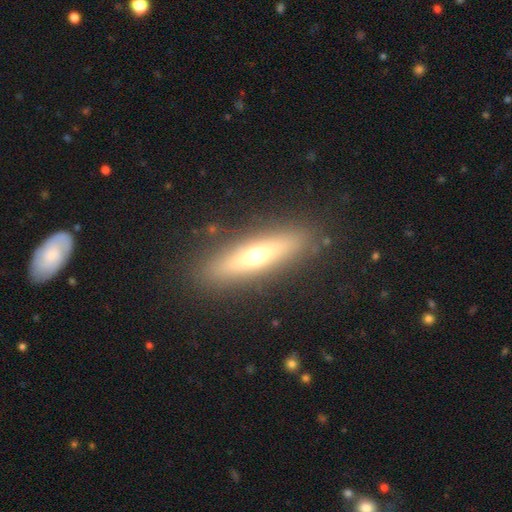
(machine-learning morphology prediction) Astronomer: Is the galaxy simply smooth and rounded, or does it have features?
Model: smooth — 49% (runner-up: featured or disk, 43%).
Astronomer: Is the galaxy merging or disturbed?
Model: none — 88%.